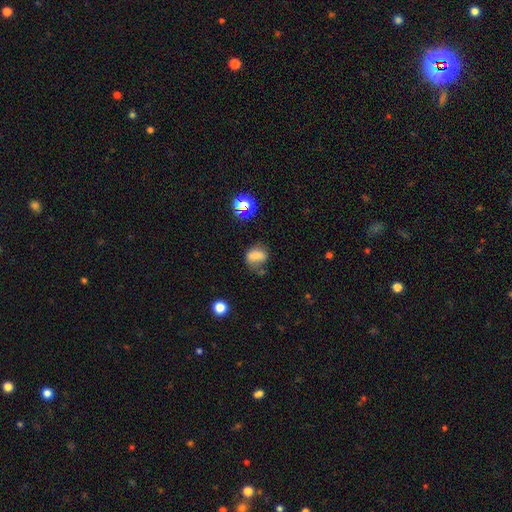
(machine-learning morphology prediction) smooth-or-featured: smooth: 68% | star or artifact: 17% | featured or disk: 15%
  how-rounded: in between: 63% | round: 34% | cigar-shaped: 3%
  merging: none: 49% | minor disturbance: 27% | major disturbance: 15% | merger: 8%